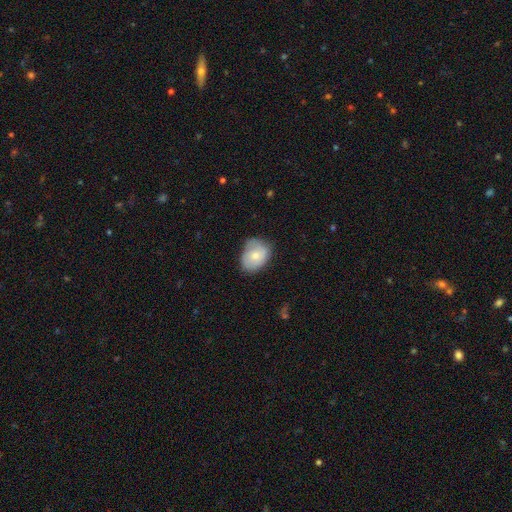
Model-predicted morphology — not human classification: This is likely a smooth galaxy (66%). How rounded: likely in between (61%). Merging: likely none (61%).